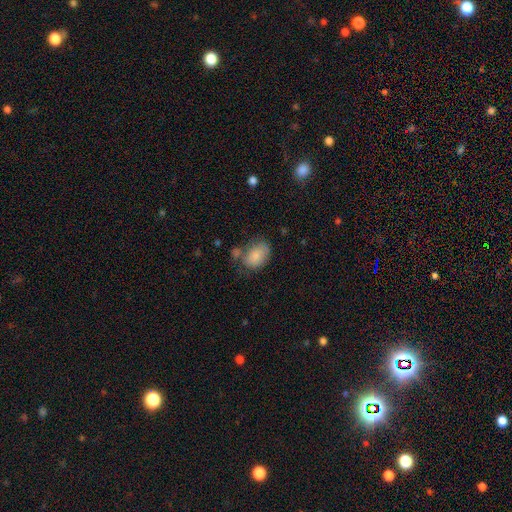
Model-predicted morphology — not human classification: smooth-or-featured: smooth: 82% | featured or disk: 11% | star or artifact: 7%
  how-rounded: in between: 79% | round: 20% | cigar-shaped: 1%
  merging: none: 48% | minor disturbance: 26% | merger: 14% | major disturbance: 12%